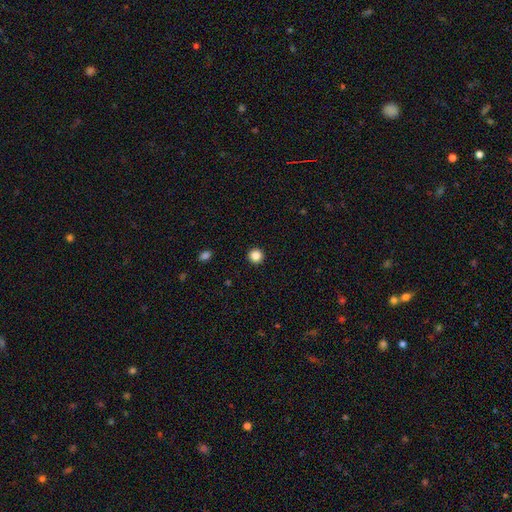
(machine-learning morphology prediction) smooth 85%, star or artifact 11%, featured or disk 4%. Down the decision tree: how rounded — round (95%); merging — none (93%).